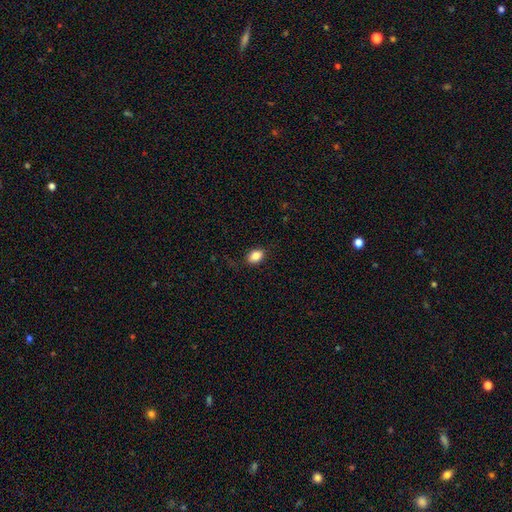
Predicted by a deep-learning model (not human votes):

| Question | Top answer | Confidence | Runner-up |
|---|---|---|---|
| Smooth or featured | smooth | 86% | star or artifact (9%) |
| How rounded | in between | 79% | round (20%) |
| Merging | none | 83% | minor disturbance (13%) |